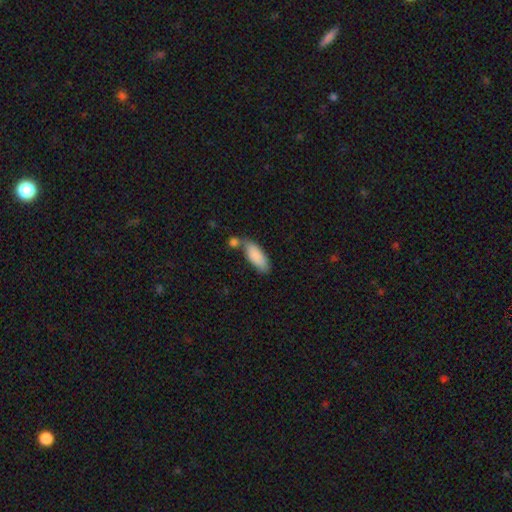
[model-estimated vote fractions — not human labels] smooth 86%, featured or disk 8%, star or artifact 6%. Down the decision tree: how rounded — in between (74%); merging — none (51%).